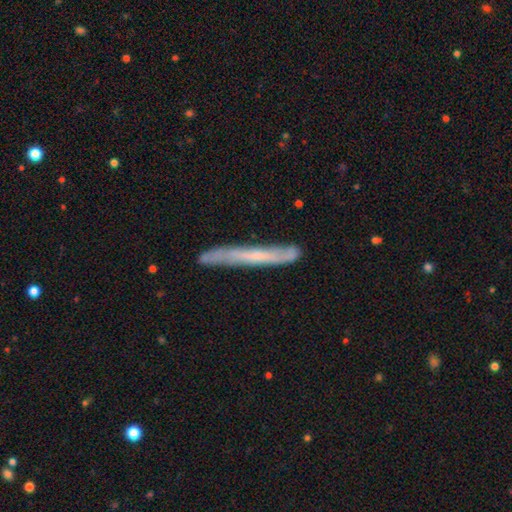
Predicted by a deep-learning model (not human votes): Smooth or featured? Predicted: featured or disk (p=0.55). Edge-on disk? Predicted: yes (p=0.84). Merging? Predicted: none (p=0.78).